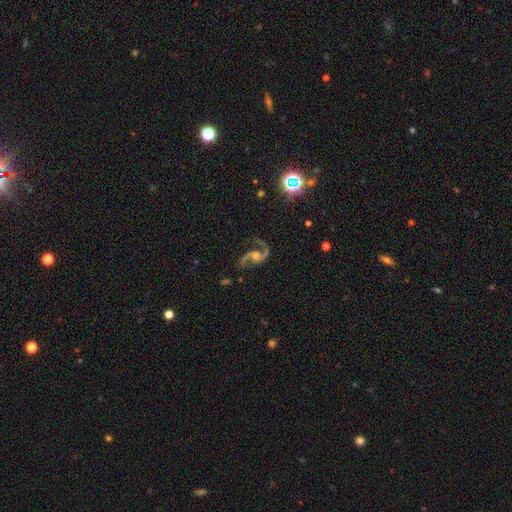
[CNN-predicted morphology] This is clearly a featured or disk galaxy (89%). It is clearly not viewed edge-on (98%). Bar: possibly no (54%). Spiral arm pattern: clearly yes (98%). Spiral arm count: clearly 2 (93%). Spiral winding: possibly loose (56%). Central bulge: marginally moderate (42%). Merging: likely none (73%).